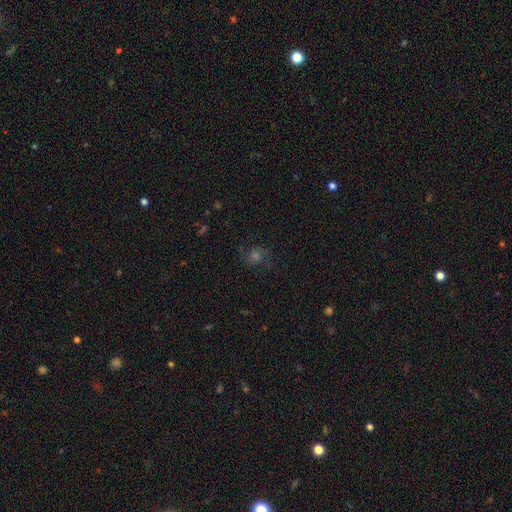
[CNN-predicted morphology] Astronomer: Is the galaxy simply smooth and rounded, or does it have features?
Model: featured or disk — 56%.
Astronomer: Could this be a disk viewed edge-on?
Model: no — 97%.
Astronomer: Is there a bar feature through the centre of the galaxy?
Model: no — 66%.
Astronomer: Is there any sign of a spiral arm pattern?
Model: yes — 92%.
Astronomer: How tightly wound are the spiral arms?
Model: medium — 52% (runner-up: loose, 29%).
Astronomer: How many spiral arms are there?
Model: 2 — 84%.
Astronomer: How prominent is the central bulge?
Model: moderate — 48% (runner-up: small, 25%).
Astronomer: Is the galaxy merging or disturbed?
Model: none — 77%.